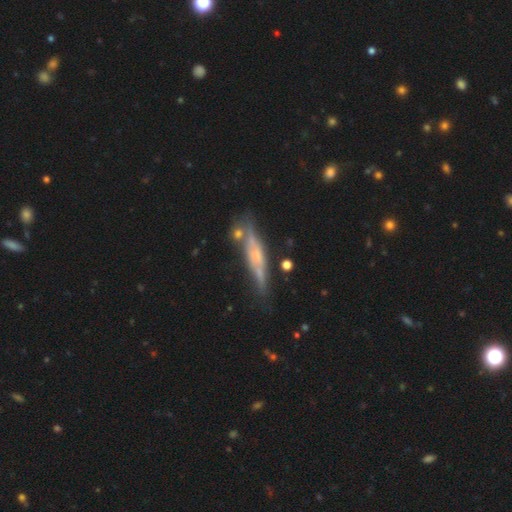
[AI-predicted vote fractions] Smooth or featured: featured or disk — 59% (smooth — 33%)
Edge-on disk: yes — 87% (no — 13%)
Edge-on bulge: rounded — 45% (none — 36%)
Merging: none — 67% (minor disturbance — 19%)